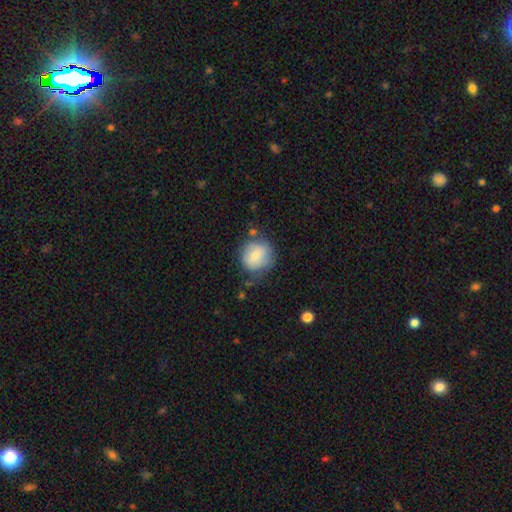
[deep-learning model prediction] Smooth or featured? Predicted: smooth (p=0.76). How rounded? Predicted: round (p=0.86). Merging? Predicted: none (p=0.59).